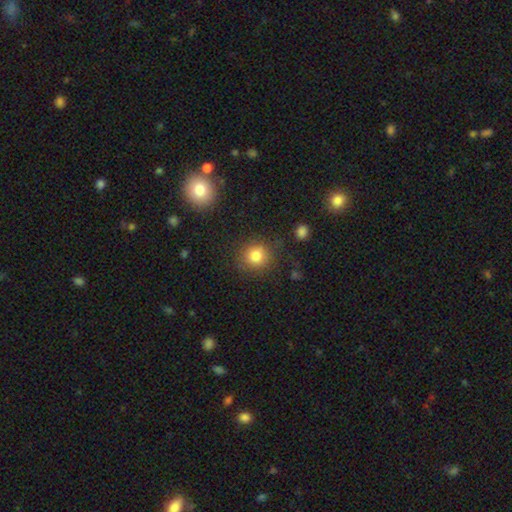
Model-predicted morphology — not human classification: smooth 81%, star or artifact 12%, featured or disk 7%. Down the decision tree: how rounded — round (90%); merging — none (84%).